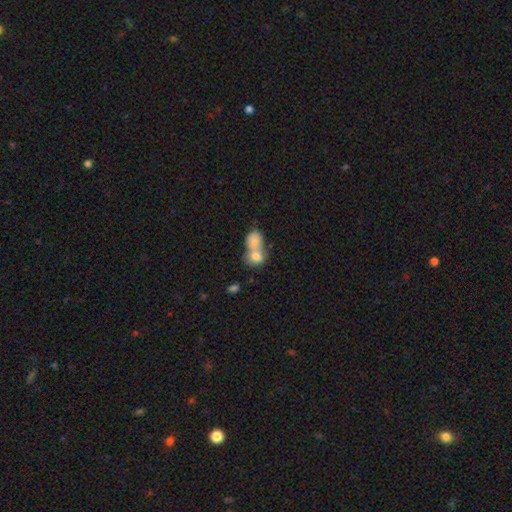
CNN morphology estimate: Smooth or featured? smooth (79%)
How rounded? in between (52%)
Merging? merger (73%)